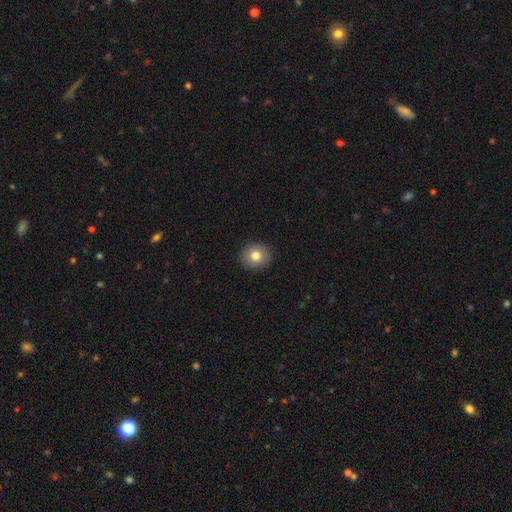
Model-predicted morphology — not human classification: Q: Smooth or featured?
A: smooth (80%); runner-up: featured or disk (10%)
Q: How rounded?
A: round (81%); runner-up: in between (18%)
Q: Merging?
A: none (92%); runner-up: minor disturbance (6%)